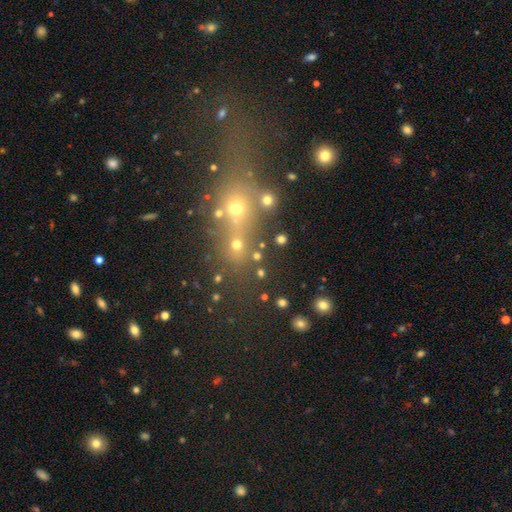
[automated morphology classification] Smooth or featured? smooth (46%)
Merging? none (43%)